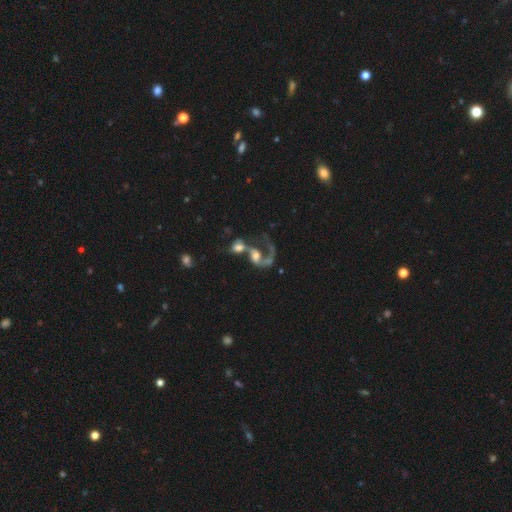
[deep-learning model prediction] Q: Smooth or featured?
A: featured or disk (64%); runner-up: smooth (27%)
Q: Edge-on disk?
A: no (96%); runner-up: yes (4%)
Q: Bar?
A: no (66%); runner-up: weak (25%)
Q: Spiral arms?
A: yes (74%); runner-up: no (26%)
Q: Bulge size?
A: moderate (44%); runner-up: large (24%)
Q: Merging?
A: merger (70%); runner-up: major disturbance (16%)